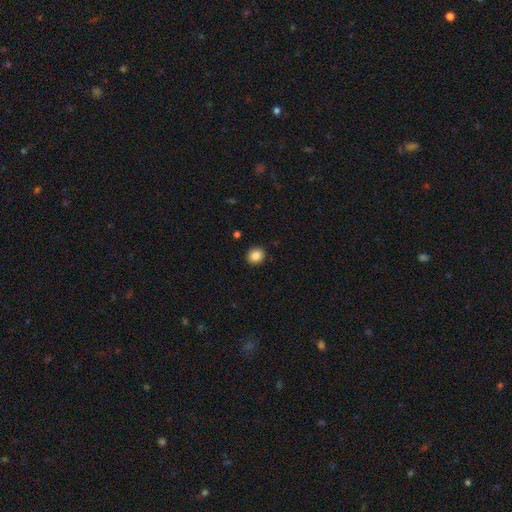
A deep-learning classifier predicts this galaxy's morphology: smooth 86%, star or artifact 9%, featured or disk 4%. Down the decision tree: how rounded — round (80%); merging — none (91%).